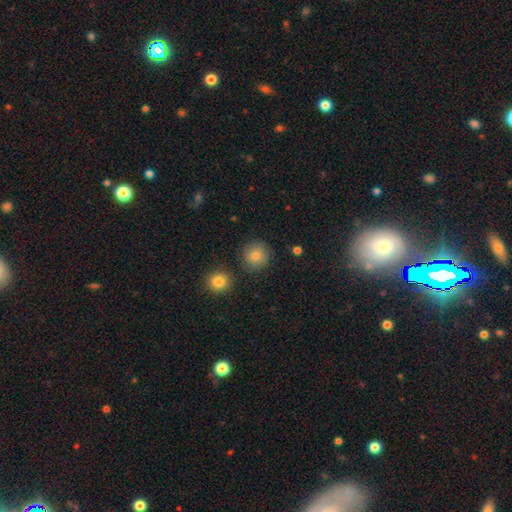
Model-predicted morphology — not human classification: Q: Smooth or featured?
A: smooth (82%); runner-up: star or artifact (10%)
Q: How rounded?
A: round (92%); runner-up: in between (7%)
Q: Merging?
A: none (83%); runner-up: minor disturbance (9%)